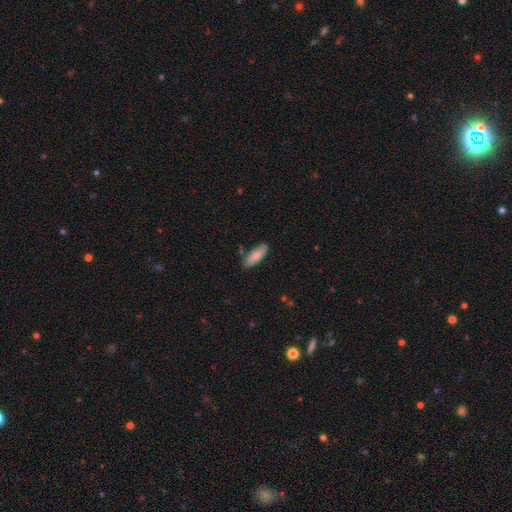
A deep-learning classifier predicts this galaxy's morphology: Q: Smooth or featured?
A: smooth (82%); runner-up: featured or disk (12%)
Q: How rounded?
A: in between (67%); runner-up: cigar-shaped (31%)
Q: Merging?
A: none (84%); runner-up: minor disturbance (11%)